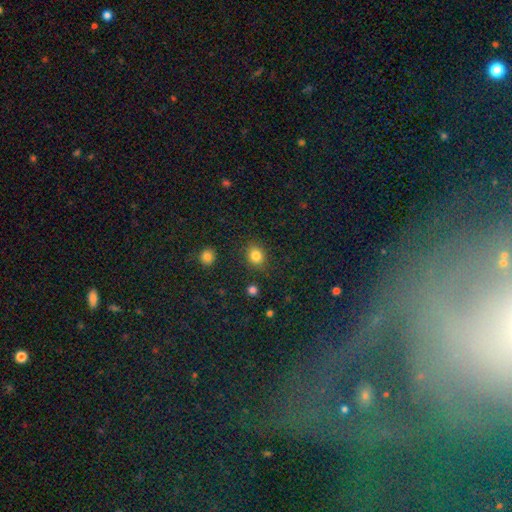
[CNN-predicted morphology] Smooth or featured? Predicted: smooth (p=0.83). How rounded? Predicted: round (p=0.66). Merging? Predicted: none (p=0.84).